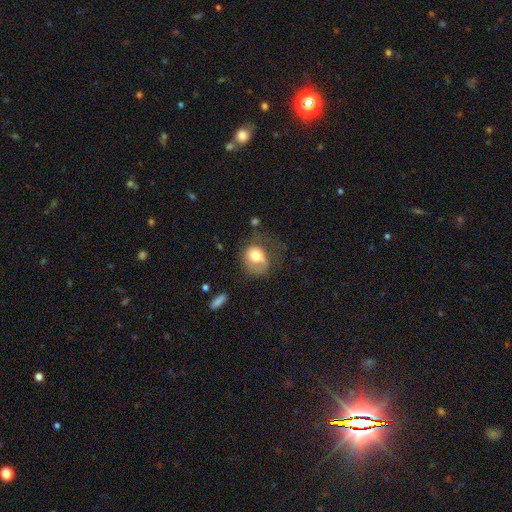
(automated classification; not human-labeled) smooth_or_featured: smooth (p=0.68) [alt: featured or disk p=0.24]
how_rounded: round (p=0.61) [alt: in between p=0.38]
merging: none (p=0.36) [alt: major disturbance p=0.33]